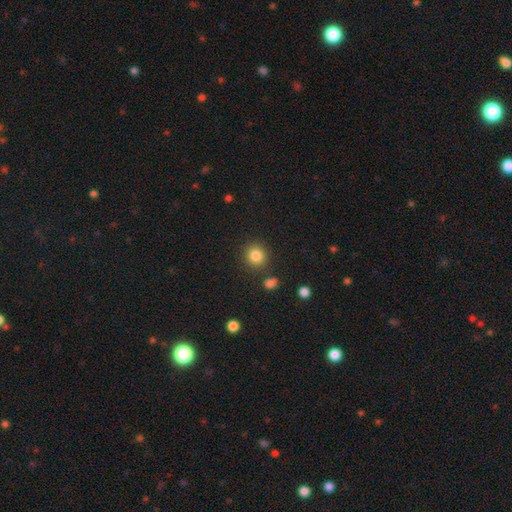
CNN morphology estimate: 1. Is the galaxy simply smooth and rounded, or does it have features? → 84% smooth, 11% star or artifact, 5% featured or disk.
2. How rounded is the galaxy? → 90% round, 9% in between, 1% cigar-shaped.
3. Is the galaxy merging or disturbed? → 86% none, 7% minor disturbance, 4% merger, 3% major disturbance.